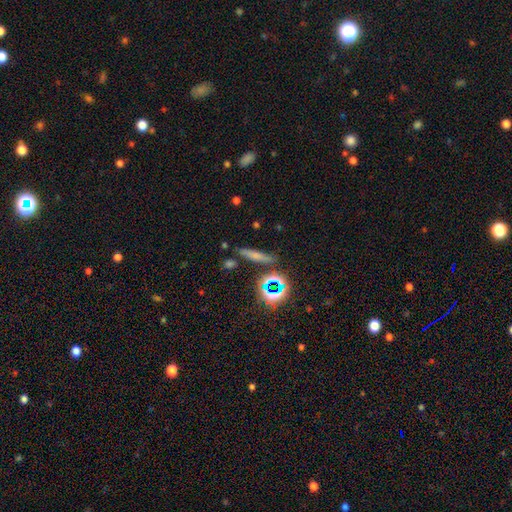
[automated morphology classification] smooth-or-featured: smooth: 60% | star or artifact: 22% | featured or disk: 18%
  how-rounded: cigar-shaped: 79% | in between: 14% | round: 8%
  merging: none: 79% | minor disturbance: 11% | merger: 6% | major disturbance: 4%